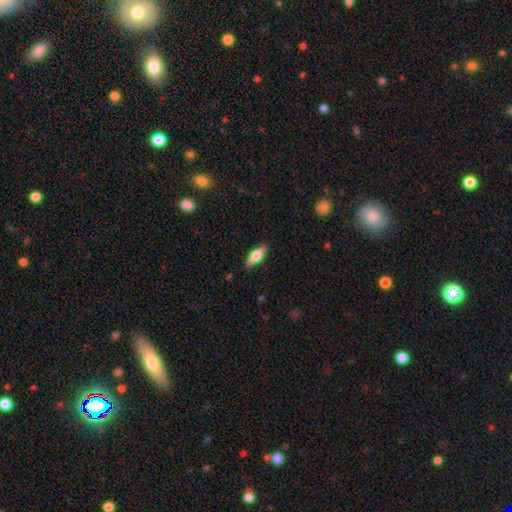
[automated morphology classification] smooth 68%, featured or disk 26%, star or artifact 6%. Down the decision tree: how rounded — in between (66%); merging — none (86%).